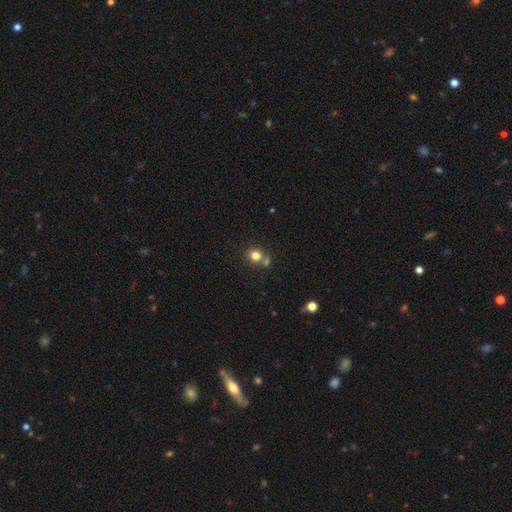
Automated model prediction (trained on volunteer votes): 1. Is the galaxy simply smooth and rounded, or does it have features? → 79% smooth, 13% star or artifact, 8% featured or disk.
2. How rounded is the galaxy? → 84% round, 15% in between, 1% cigar-shaped.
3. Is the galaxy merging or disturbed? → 63% none, 24% merger, 10% minor disturbance, 3% major disturbance.